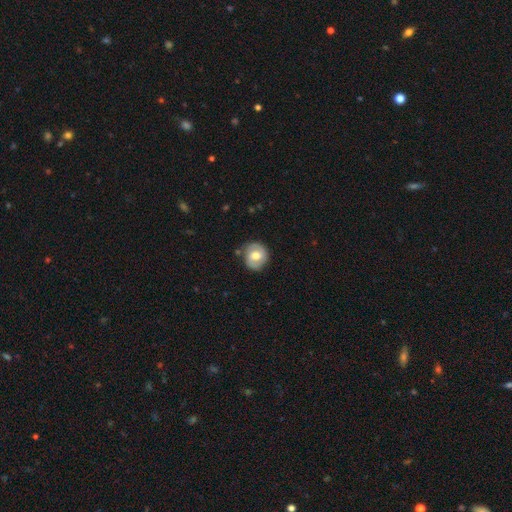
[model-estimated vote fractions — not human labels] Smooth or featured? smooth (48%)
Merging? none (78%)